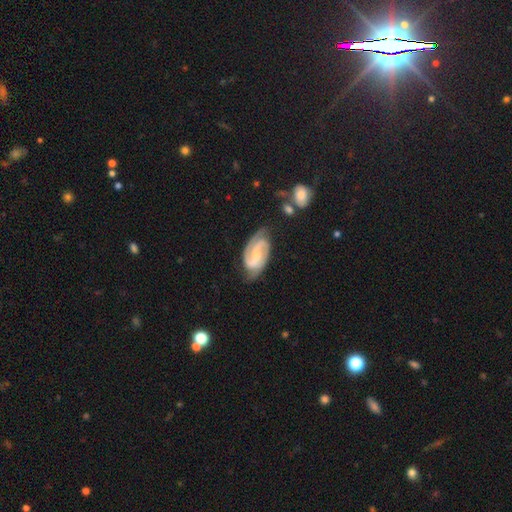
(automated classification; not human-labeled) A featured or disk galaxy (88%) with a weak bar (46%), 2 (88%) medium (50%) spiral arms (98%) and a small central bulge (62%).

Vote fractions:
- Smooth or featured? featured or disk: 88% / smooth: 8% / star or artifact: 5%
- Edge-on disk? no: 97% / yes: 3%
- Bar? weak: 46% / no: 28% / strong: 26%
- Spiral arms? yes: 98% / no: 2%
- Spiral winding? medium: 50% / tight: 37% / loose: 13%
- Spiral arm count? 2: 88% / 3: 4% / can't tell: 4% / 1: 2% / 4: 1% / more than 4: 1%
- Bulge size? small: 62% / moderate: 25% / none: 10% / large: 2% / dominant: 1%
- Merging? none: 73% / minor disturbance: 19% / major disturbance: 6% / merger: 3%